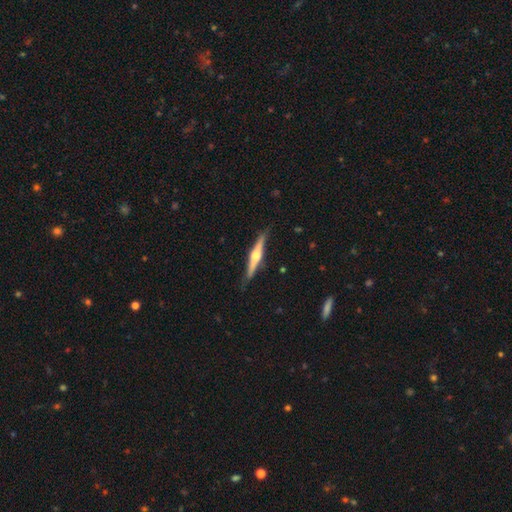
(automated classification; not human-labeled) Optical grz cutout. It shows a featured or disk galaxy (73%) viewed edge-on (98%) with a rounded central bulge (94%). Merging: none (86%).